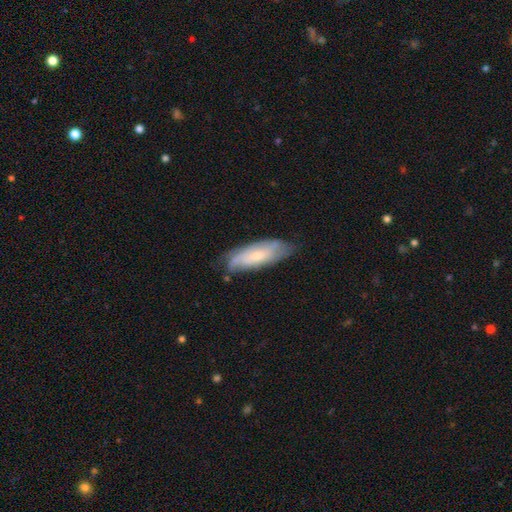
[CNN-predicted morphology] This appears to be a featured or disk galaxy (49%). Merging: none (66%).